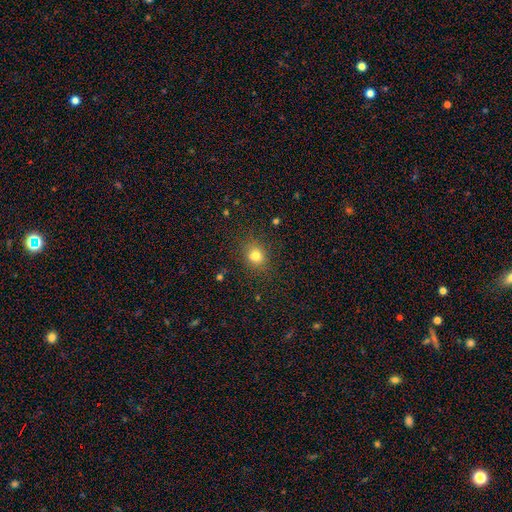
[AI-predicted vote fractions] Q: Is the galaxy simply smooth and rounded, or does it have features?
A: smooth — 79%.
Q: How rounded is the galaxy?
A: round — 68%.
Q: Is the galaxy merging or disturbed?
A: none — 84%.